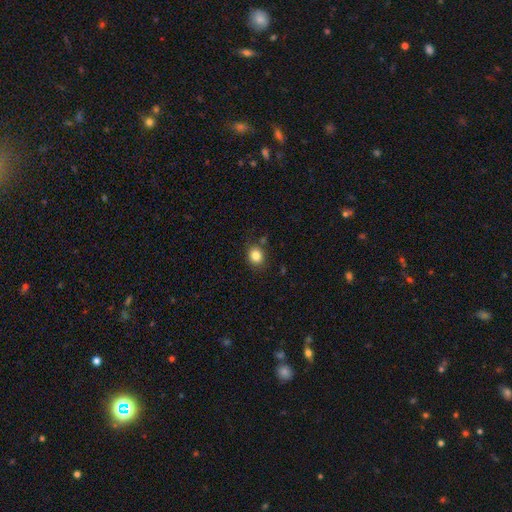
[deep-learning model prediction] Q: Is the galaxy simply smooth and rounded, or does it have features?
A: smooth — 84%.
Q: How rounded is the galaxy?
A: round — 66%.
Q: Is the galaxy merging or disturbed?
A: none — 82%.